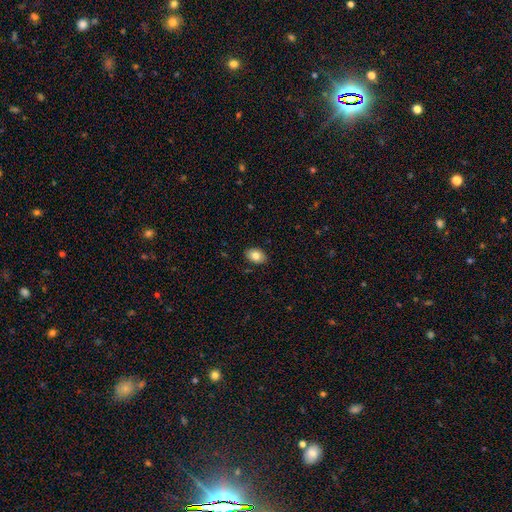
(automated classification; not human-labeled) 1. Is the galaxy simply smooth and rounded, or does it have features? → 81% smooth, 11% featured or disk, 8% star or artifact.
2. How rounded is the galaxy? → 85% in between, 14% round, 1% cigar-shaped.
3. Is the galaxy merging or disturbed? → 88% none, 9% minor disturbance, 2% major disturbance, 1% merger.